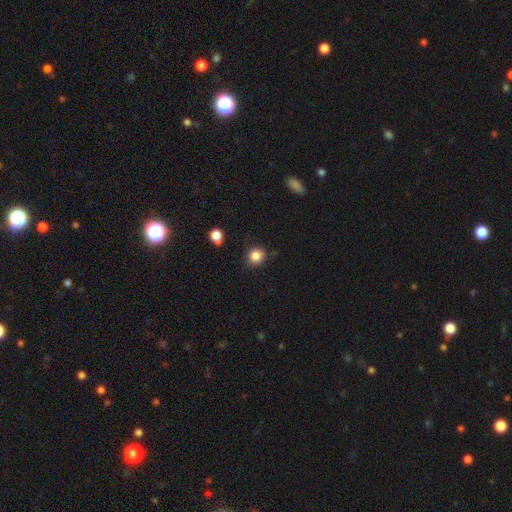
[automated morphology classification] A smooth galaxy with no disk features (85%) that is round (84%).

Vote fractions:
- Smooth or featured? smooth: 85% / star or artifact: 11% / featured or disk: 4%
- How rounded? round: 84% / in between: 15% / cigar-shaped: 1%
- Merging? none: 81% / minor disturbance: 13% / major disturbance: 3% / merger: 3%